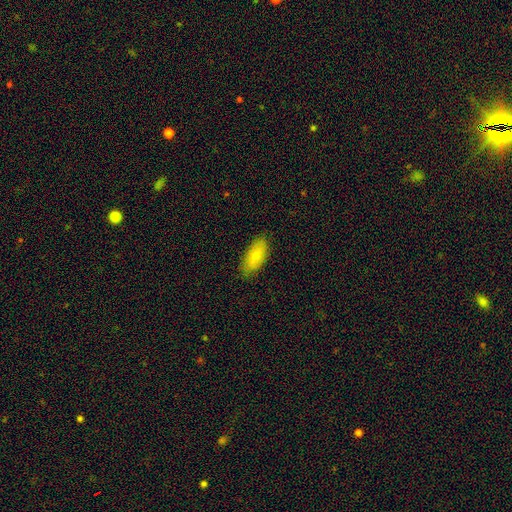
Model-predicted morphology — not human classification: Smooth or featured: smooth — 74% (featured or disk — 19%)
How rounded: in between — 86% (cigar-shaped — 11%)
Merging: none — 85% (minor disturbance — 12%)